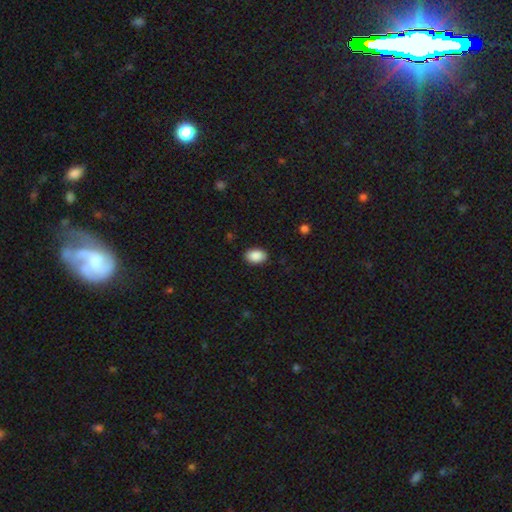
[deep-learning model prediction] This is clearly a smooth galaxy (90%). How rounded: clearly in between (87%). Merging: clearly none (89%).